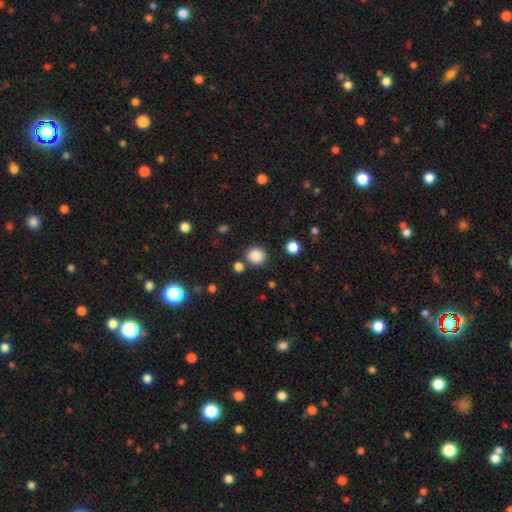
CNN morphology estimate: A smooth galaxy with no disk features (86%) that is round (86%). Merging: none (83%).